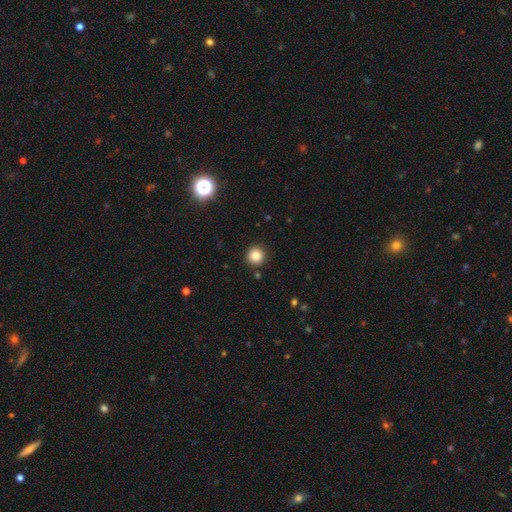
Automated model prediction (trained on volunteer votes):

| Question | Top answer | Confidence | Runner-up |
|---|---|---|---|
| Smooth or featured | smooth | 84% | star or artifact (12%) |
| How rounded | round | 95% | in between (5%) |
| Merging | none | 90% | minor disturbance (6%) |